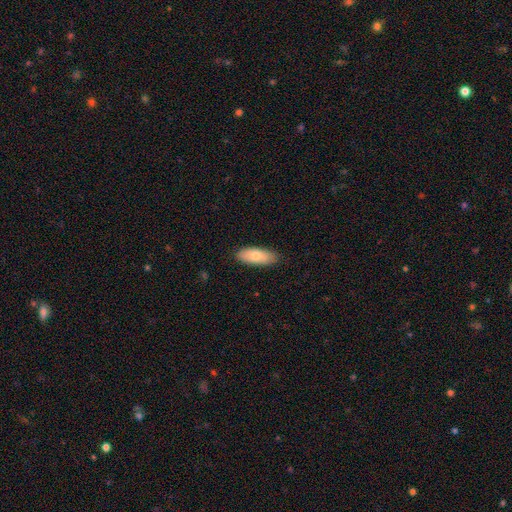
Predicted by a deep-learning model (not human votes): Smooth or featured? Predicted: smooth (p=0.77). How rounded? Predicted: in between (p=0.79). Merging? Predicted: none (p=0.85).